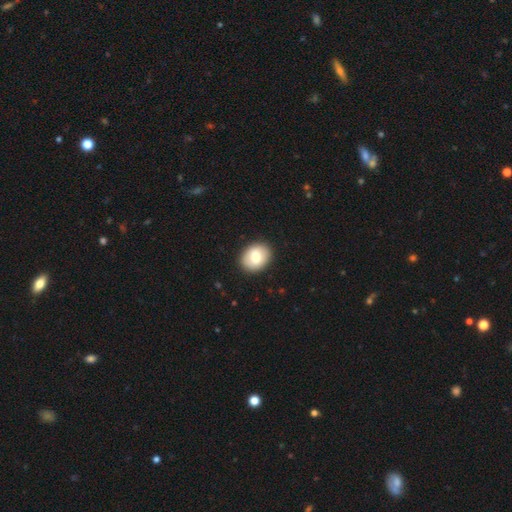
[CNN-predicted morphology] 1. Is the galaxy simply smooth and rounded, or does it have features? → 75% smooth, 19% featured or disk, 7% star or artifact.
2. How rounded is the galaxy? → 56% in between, 43% round, 1% cigar-shaped.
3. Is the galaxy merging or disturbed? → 89% none, 8% minor disturbance, 2% major disturbance, 1% merger.